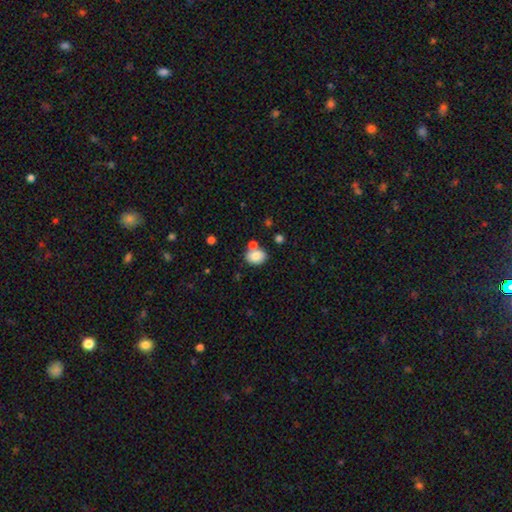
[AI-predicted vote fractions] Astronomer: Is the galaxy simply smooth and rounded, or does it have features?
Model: smooth — 82%.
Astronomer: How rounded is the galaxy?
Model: in between — 58% (runner-up: round, 41%).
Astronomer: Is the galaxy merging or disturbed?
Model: none — 63%.